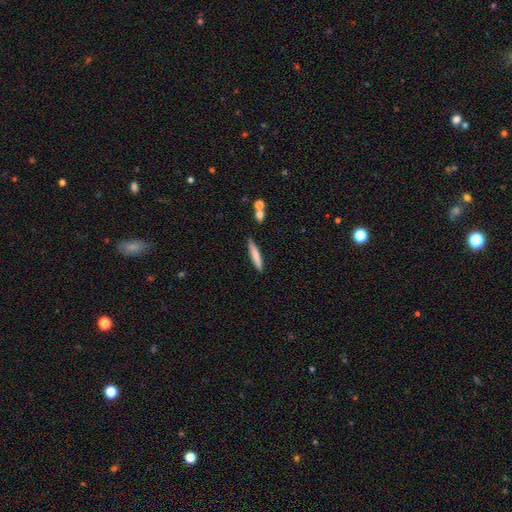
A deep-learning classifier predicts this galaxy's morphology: Overall: smooth (76%). How rounded: cigar-shaped (91%). Merging: none (86%).